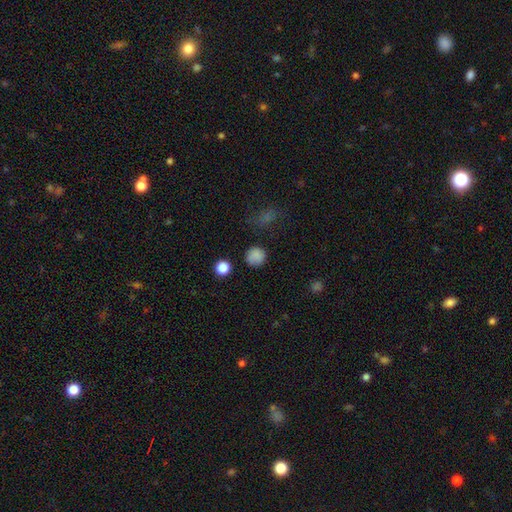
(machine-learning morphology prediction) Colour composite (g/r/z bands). It shows a smooth galaxy with no disk features (82%) that is round (91%). Merging: none (80%).